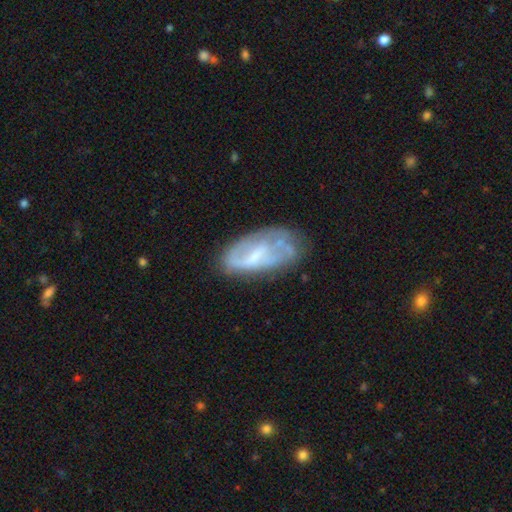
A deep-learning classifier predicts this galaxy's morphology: Q: Smooth or featured?
A: featured or disk (59%); runner-up: smooth (34%)
Q: Edge-on disk?
A: no (92%); runner-up: yes (8%)
Q: Bar?
A: weak (42%); runner-up: no (40%)
Q: Spiral arms?
A: no (51%); runner-up: yes (49%)
Q: Bulge size?
A: small (40%); runner-up: none (30%)
Q: Merging?
A: none (48%); runner-up: minor disturbance (28%)